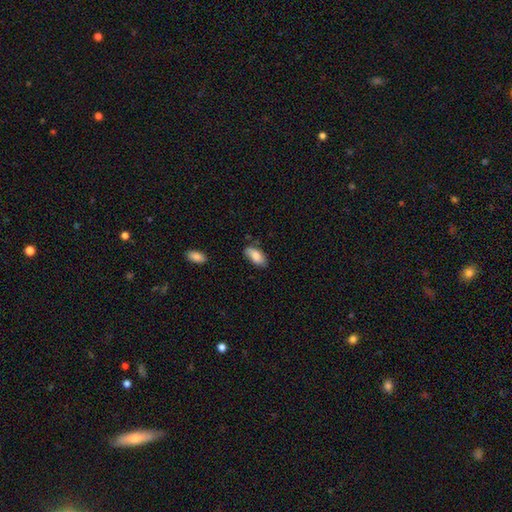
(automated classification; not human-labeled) smooth-or-featured: smooth: 84% | featured or disk: 10% | star or artifact: 6%
  how-rounded: in between: 90% | cigar-shaped: 8% | round: 2%
  merging: none: 71% | minor disturbance: 23% | major disturbance: 4% | merger: 2%